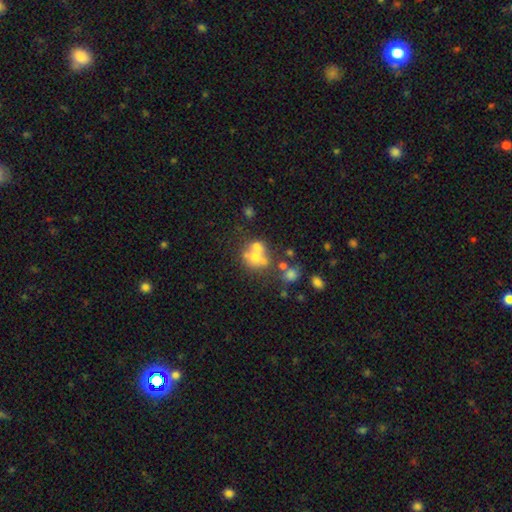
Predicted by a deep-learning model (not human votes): Q: Smooth or featured?
A: smooth (51%); runner-up: featured or disk (33%)
Q: How rounded?
A: round (69%); runner-up: in between (30%)
Q: Merging?
A: merger (46%); runner-up: none (33%)